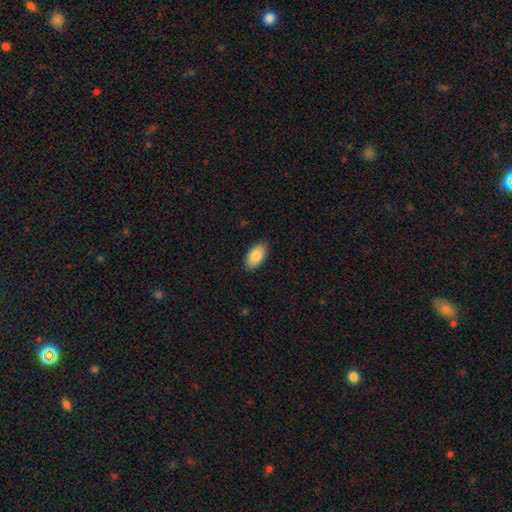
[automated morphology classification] This appears to be a smooth galaxy with no disk features (85%) that is in between round and cigar-shaped (95%). Merging: none (87%).